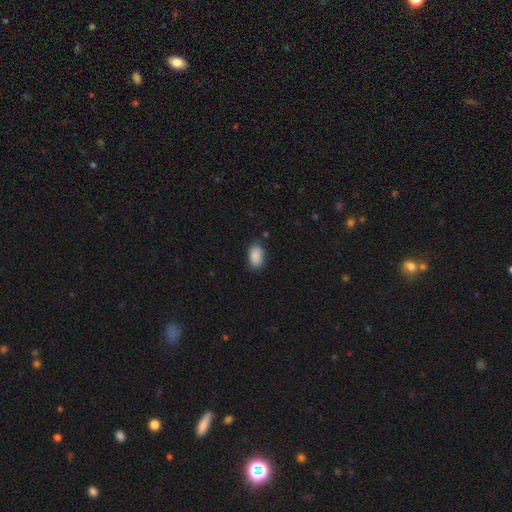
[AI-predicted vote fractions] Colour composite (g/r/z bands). It shows a smooth galaxy with no disk features (89%) that is in between round and cigar-shaped (91%). Merging: none (80%).